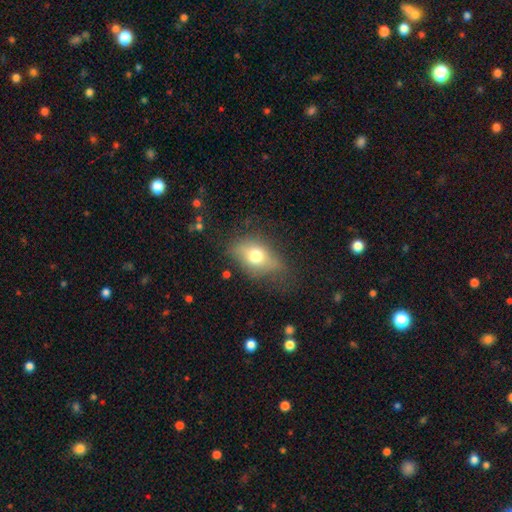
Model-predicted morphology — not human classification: Q: Smooth or featured?
A: smooth (67%); runner-up: featured or disk (23%)
Q: How rounded?
A: in between (78%); runner-up: round (18%)
Q: Merging?
A: none (56%); runner-up: minor disturbance (28%)